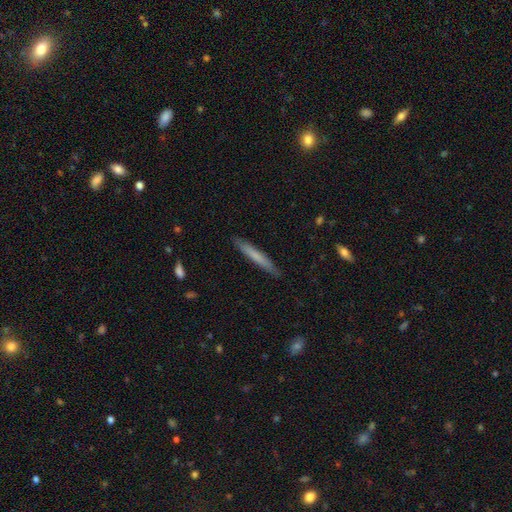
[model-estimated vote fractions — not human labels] The model was most divided on "smooth or featured": smooth: 66%, featured or disk: 28%, star or artifact: 6%. More confident: how rounded — cigar-shaped (96%); merging — none (89%).